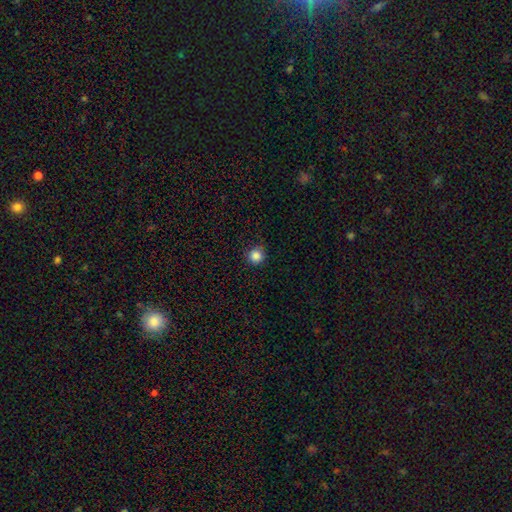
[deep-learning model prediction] This appears to be a smooth galaxy with no disk features (85%) that is round (94%). Merging: none (87%).